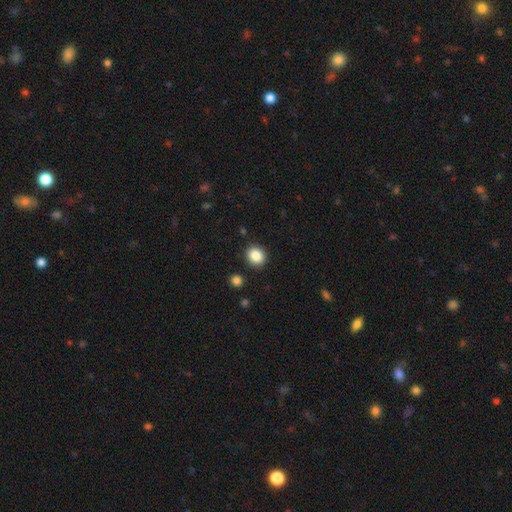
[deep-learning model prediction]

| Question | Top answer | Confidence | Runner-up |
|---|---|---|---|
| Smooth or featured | smooth | 87% | star or artifact (9%) |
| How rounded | round | 73% | in between (26%) |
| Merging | none | 89% | minor disturbance (7%) |